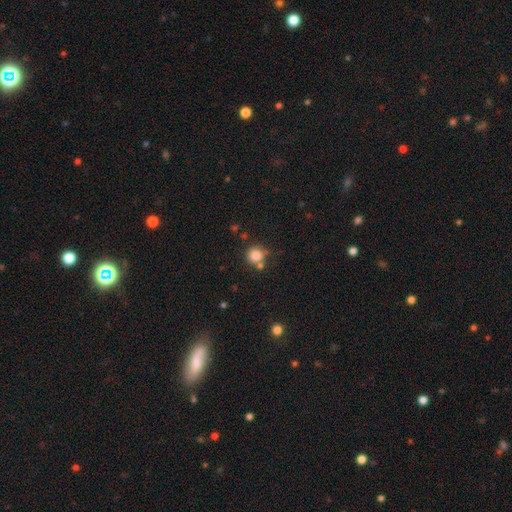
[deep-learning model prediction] smooth 83%, star or artifact 11%, featured or disk 6%. Down the decision tree: how rounded — round (92%); merging — none (69%).